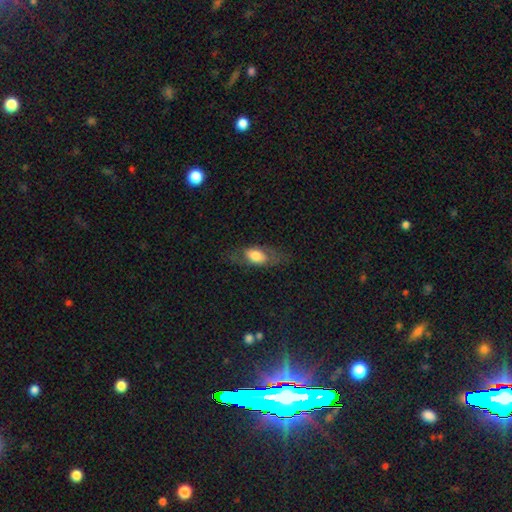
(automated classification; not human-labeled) A smooth galaxy with no disk features (63%) that is in between round and cigar-shaped (80%).

Vote fractions:
- Smooth or featured? smooth: 63% / featured or disk: 29% / star or artifact: 8%
- How rounded? in between: 80% / cigar-shaped: 11% / round: 9%
- Merging? none: 67% / minor disturbance: 19% / major disturbance: 13% / merger: 1%